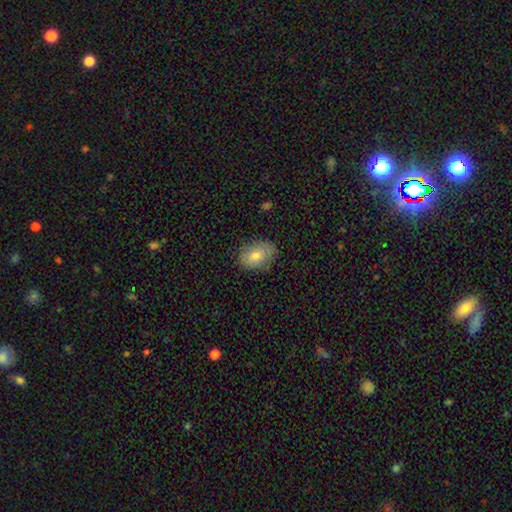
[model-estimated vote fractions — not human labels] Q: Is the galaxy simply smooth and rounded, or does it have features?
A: smooth — 76%.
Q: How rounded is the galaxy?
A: in between — 82%.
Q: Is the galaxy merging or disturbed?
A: none — 79%.